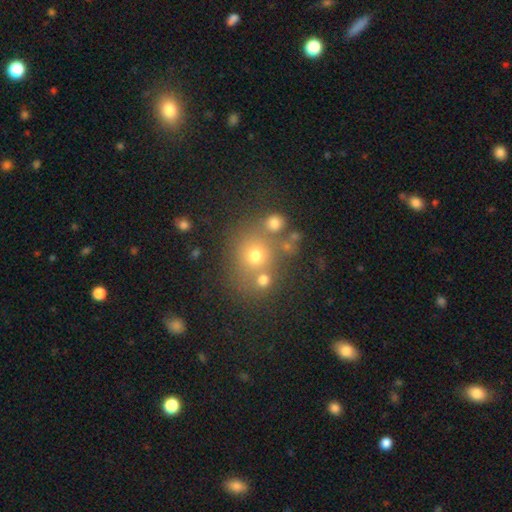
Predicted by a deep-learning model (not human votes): Morphology: type=smooth (64%); roundness=round (80%); merging=none (60%).